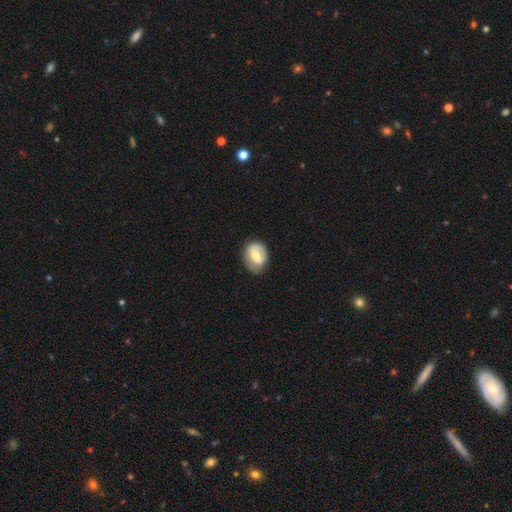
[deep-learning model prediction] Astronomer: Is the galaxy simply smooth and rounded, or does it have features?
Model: smooth — 47%, tied with featured or disk at 47%.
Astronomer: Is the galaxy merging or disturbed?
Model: none — 75%.